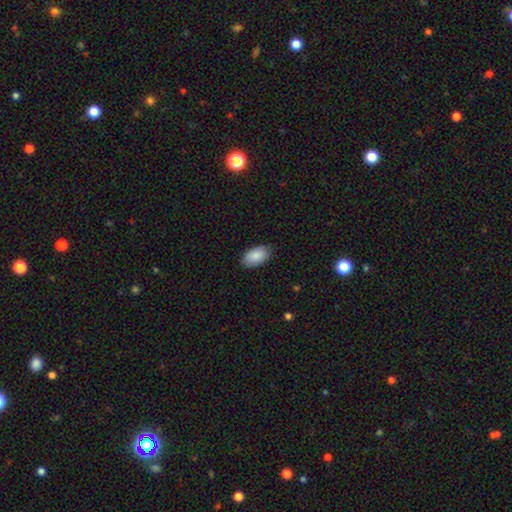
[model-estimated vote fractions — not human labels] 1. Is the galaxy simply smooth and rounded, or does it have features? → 87% smooth, 7% featured or disk, 6% star or artifact.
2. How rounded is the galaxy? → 94% in between, 4% round, 2% cigar-shaped.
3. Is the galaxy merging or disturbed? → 86% none, 11% minor disturbance, 2% major disturbance, 1% merger.